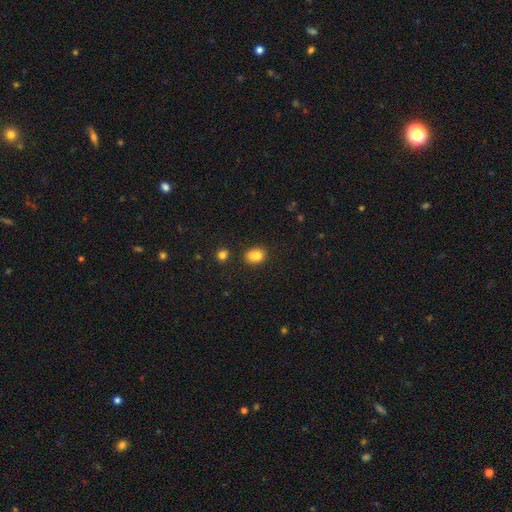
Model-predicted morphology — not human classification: smooth 78%, featured or disk 11%, star or artifact 11%. Down the decision tree: how rounded — in between (51%); merging — none (45%).